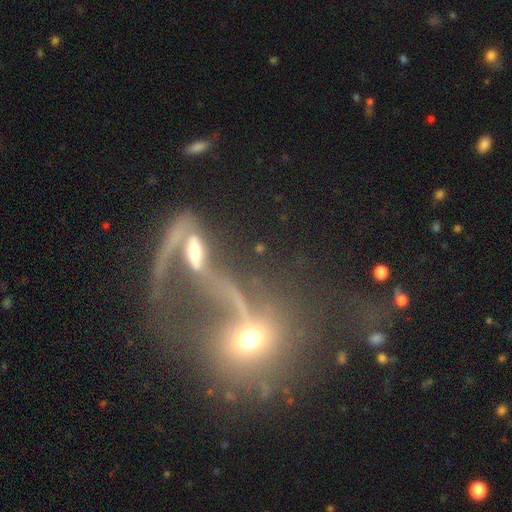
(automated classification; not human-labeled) smooth_or_featured: featured or disk (p=0.57) [alt: smooth p=0.27]
disk_edge_on: no (p=0.75) [alt: yes p=0.25]
merging: merger (p=0.61) [alt: none p=0.16]